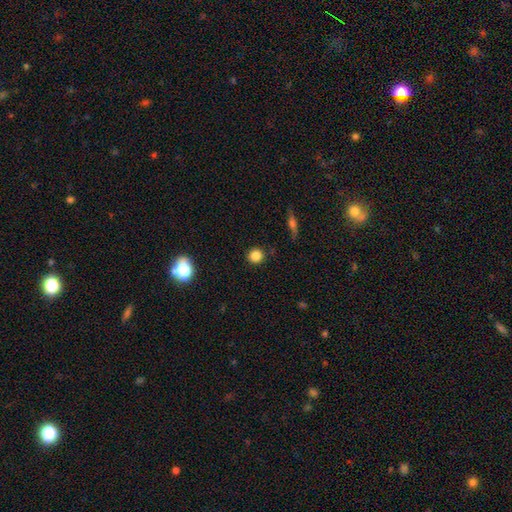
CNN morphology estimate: smooth 83%, star or artifact 12%, featured or disk 4%. Down the decision tree: how rounded — round (92%); merging — none (89%).